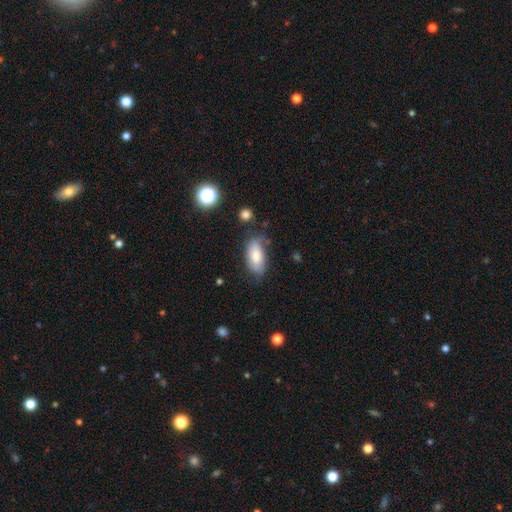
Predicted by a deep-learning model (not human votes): smooth 79%, featured or disk 14%, star or artifact 7%. Down the decision tree: how rounded — in between (90%); merging — none (63%).